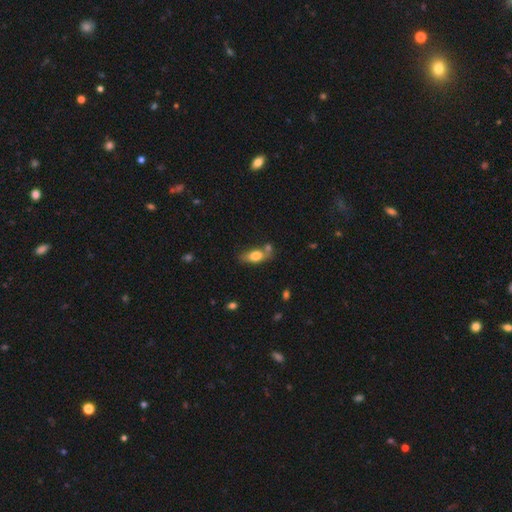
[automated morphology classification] smooth 72%, featured or disk 20%, star or artifact 8%. Down the decision tree: how rounded — in between (80%); merging — none (51%).